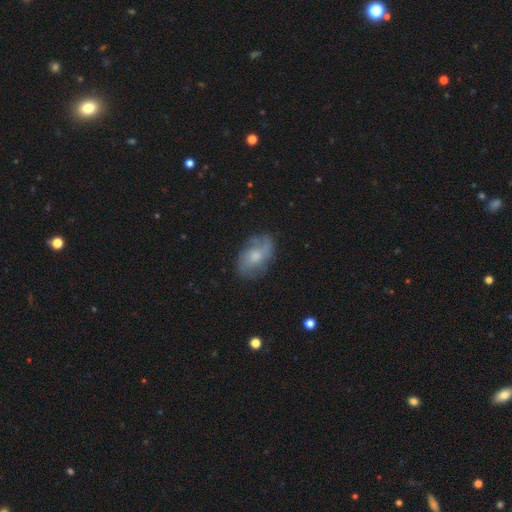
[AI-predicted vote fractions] A featured or disk galaxy (54%) with no bar (70%), spiral arms (76%) and a moderate central bulge (54%).

Vote fractions:
- Smooth or featured? featured or disk: 54% / smooth: 38% / star or artifact: 8%
- Edge-on disk? no: 95% / yes: 5%
- Bar? no: 70% / weak: 26% / strong: 4%
- Spiral arms? yes: 76% / no: 24%
- Bulge size? moderate: 54% / small: 28% / large: 10% / none: 7% / dominant: 2%
- Merging? none: 68% / minor disturbance: 22% / major disturbance: 8% / merger: 2%